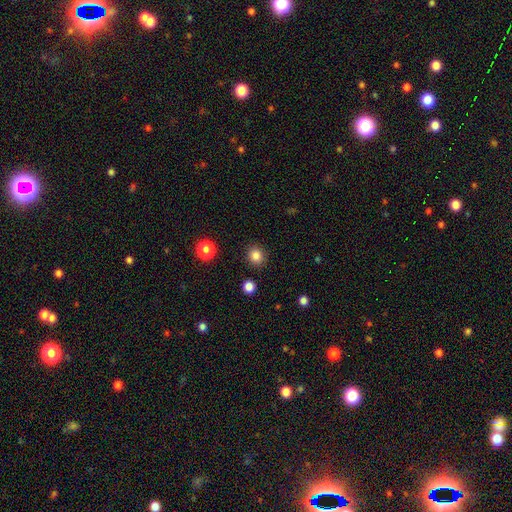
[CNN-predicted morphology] Q: Smooth or featured?
A: smooth (84%); runner-up: star or artifact (12%)
Q: How rounded?
A: round (83%); runner-up: in between (16%)
Q: Merging?
A: none (89%); runner-up: minor disturbance (7%)